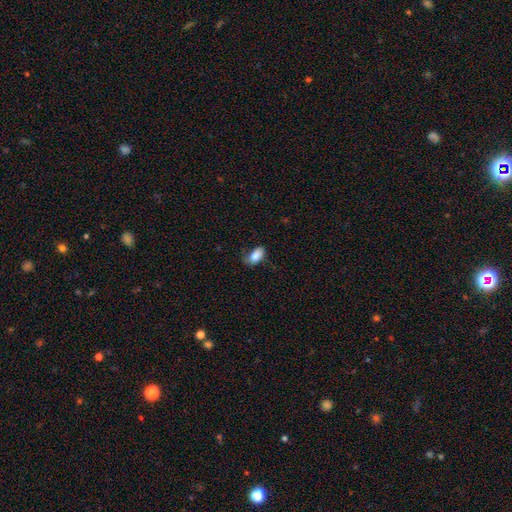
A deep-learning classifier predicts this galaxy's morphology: A smooth galaxy with no disk features (84%) that is in between round and cigar-shaped (93%).

Vote fractions:
- Smooth or featured? smooth: 84% / featured or disk: 8% / star or artifact: 7%
- How rounded? in between: 93% / round: 5% / cigar-shaped: 2%
- Merging? none: 58% / minor disturbance: 30% / major disturbance: 10% / merger: 2%